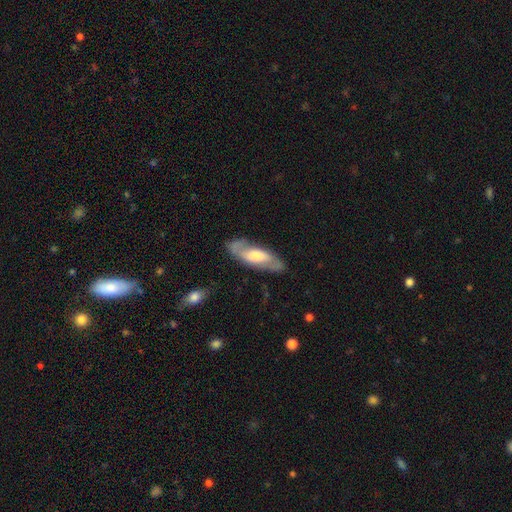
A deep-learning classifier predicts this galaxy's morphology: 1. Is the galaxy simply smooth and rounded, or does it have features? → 64% featured or disk, 30% smooth, 5% star or artifact.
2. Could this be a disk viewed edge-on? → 80% no, 20% yes.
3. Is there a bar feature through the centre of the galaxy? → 41% no, 39% weak, 20% strong.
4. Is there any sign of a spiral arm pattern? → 79% yes, 21% no.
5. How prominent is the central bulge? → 46% moderate, 31% large, 16% small, 5% none, 3% dominant.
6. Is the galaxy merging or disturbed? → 76% none, 16% minor disturbance, 6% major disturbance, 2% merger.